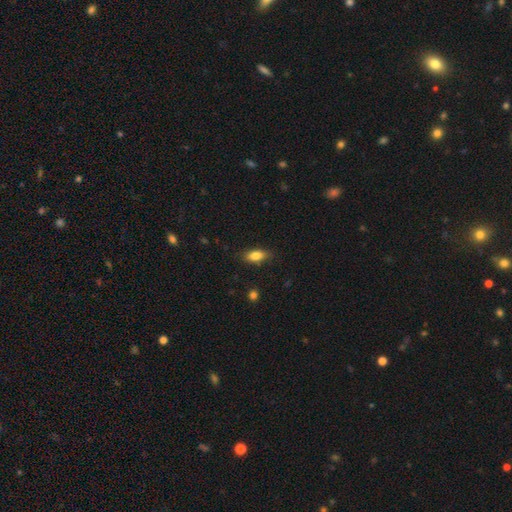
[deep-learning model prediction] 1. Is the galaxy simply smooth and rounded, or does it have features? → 84% smooth, 9% featured or disk, 8% star or artifact.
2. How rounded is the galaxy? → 84% in between, 12% cigar-shaped, 5% round.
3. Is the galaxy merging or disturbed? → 83% none, 13% minor disturbance, 3% major disturbance, 1% merger.